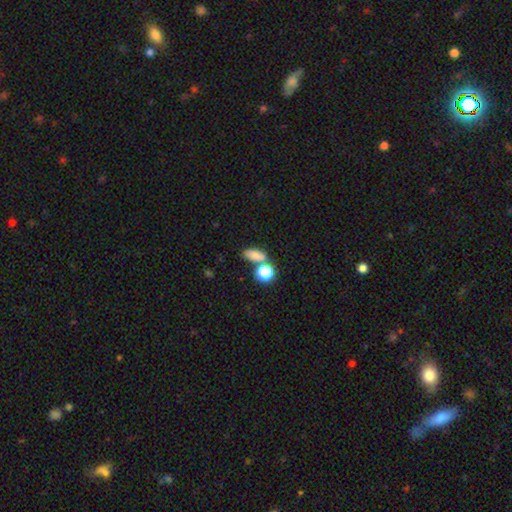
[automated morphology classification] smooth_or_featured: smooth (p=0.74) [alt: star or artifact p=0.18]
how_rounded: in between (p=0.75) [alt: round p=0.19]
merging: none (p=0.52) [alt: merger p=0.27]